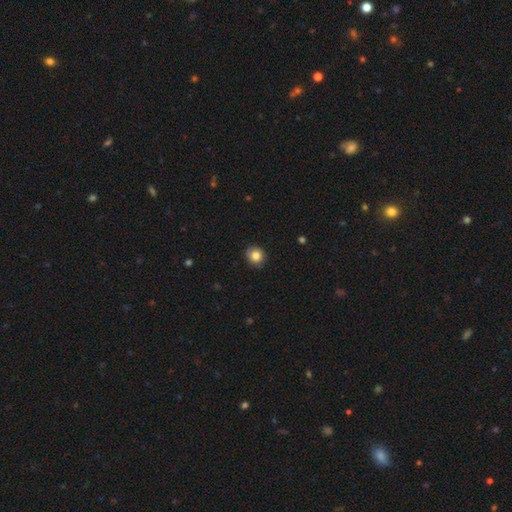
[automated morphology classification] A smooth galaxy with no disk features (83%) that is round (85%).

Vote fractions:
- Smooth or featured? smooth: 83% / star or artifact: 10% / featured or disk: 8%
- How rounded? round: 85% / in between: 14% / cigar-shaped: 1%
- Merging? none: 86% / minor disturbance: 11% / major disturbance: 2% / merger: 1%